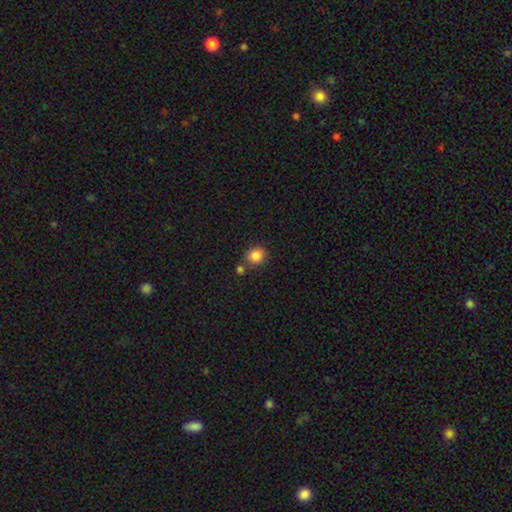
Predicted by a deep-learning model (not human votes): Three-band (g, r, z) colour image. It shows a smooth galaxy with no disk features (85%) that is round (76%). Merging: none (68%).